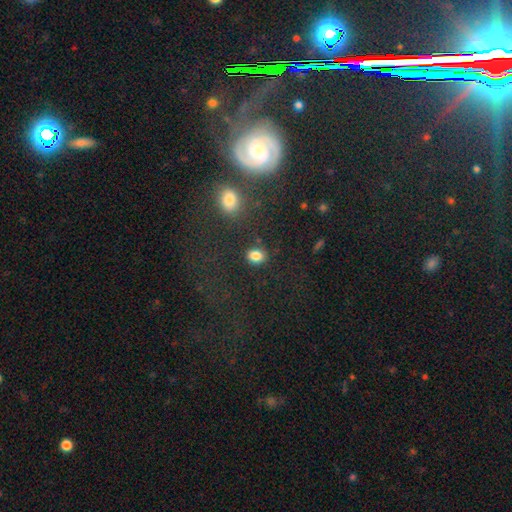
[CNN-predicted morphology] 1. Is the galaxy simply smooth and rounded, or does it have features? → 84% smooth, 12% star or artifact, 5% featured or disk.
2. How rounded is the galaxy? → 51% round, 48% in between, 1% cigar-shaped.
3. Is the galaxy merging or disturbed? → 84% none, 10% minor disturbance, 4% merger, 3% major disturbance.